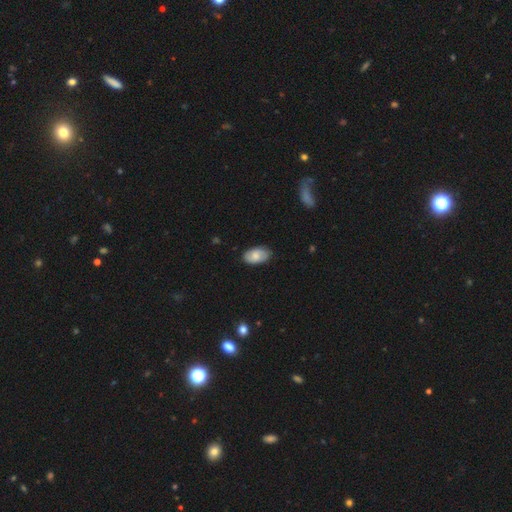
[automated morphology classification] Smooth or featured?
  - smooth: 76% *
  - featured or disk: 18%
  - star or artifact: 6%
How rounded?
  - in between: 94% *
  - round: 4%
  - cigar-shaped: 2%
Merging?
  - none: 83% *
  - minor disturbance: 13%
  - major disturbance: 2%
  - merger: 1%